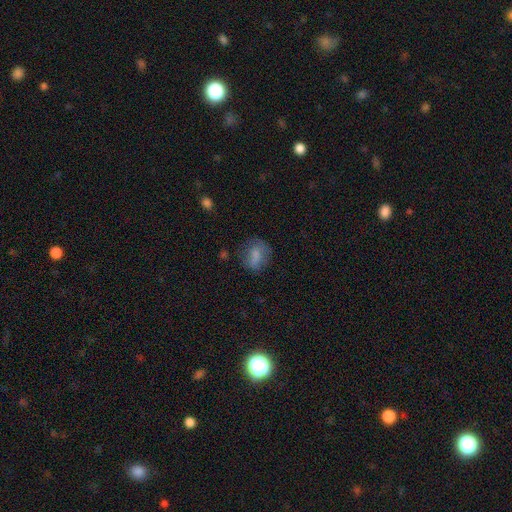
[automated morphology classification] type=smooth (68%); roundness=in between (51%); merging=none (60%).